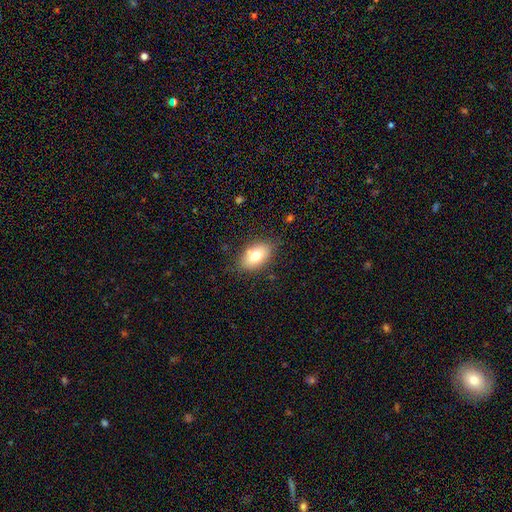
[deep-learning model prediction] This is likely a smooth galaxy (74%). How rounded: clearly in between (88%). Merging: likely none (79%).